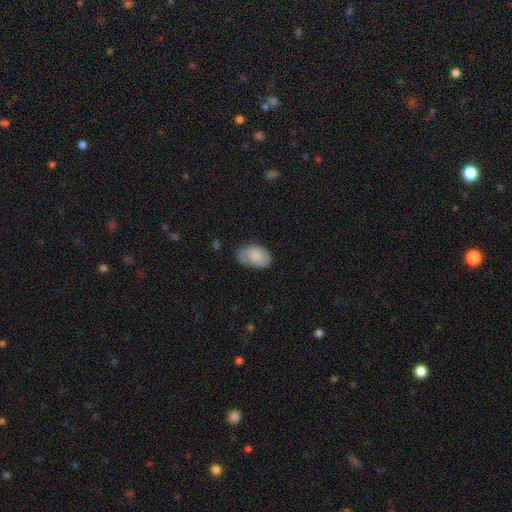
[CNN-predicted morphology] Overall: smooth (78%). How rounded: in between (91%). Merging: none (49%; minor disturbance 36%).